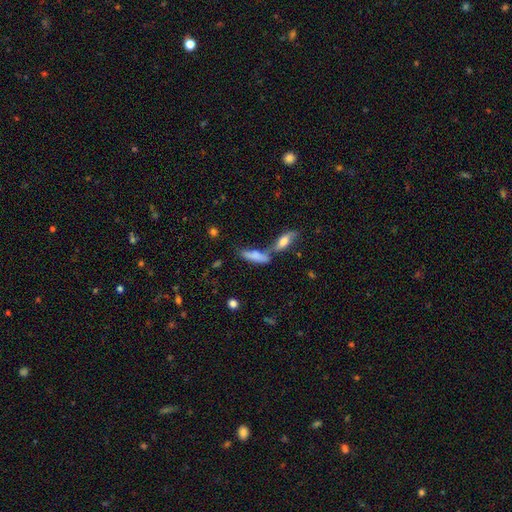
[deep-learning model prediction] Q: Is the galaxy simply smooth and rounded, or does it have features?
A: smooth — 74%.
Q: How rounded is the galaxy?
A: cigar-shaped — 54%.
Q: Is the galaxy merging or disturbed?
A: merger — 44%.